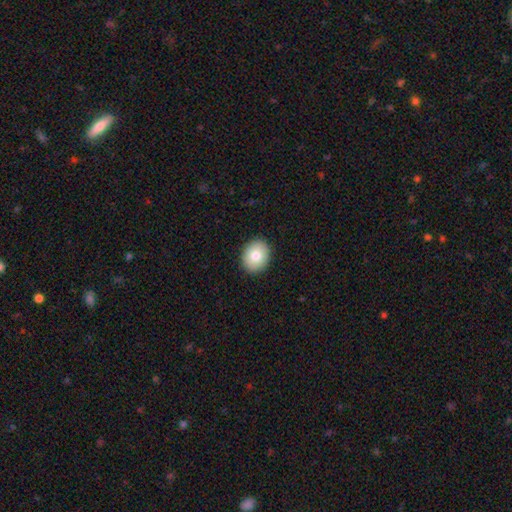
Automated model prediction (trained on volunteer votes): Smooth or featured?
  - smooth: 82% *
  - featured or disk: 11%
  - star or artifact: 8%
How rounded?
  - round: 56% *
  - in between: 44%
  - cigar-shaped: 1%
Merging?
  - none: 91% *
  - minor disturbance: 7%
  - major disturbance: 2%
  - merger: 1%